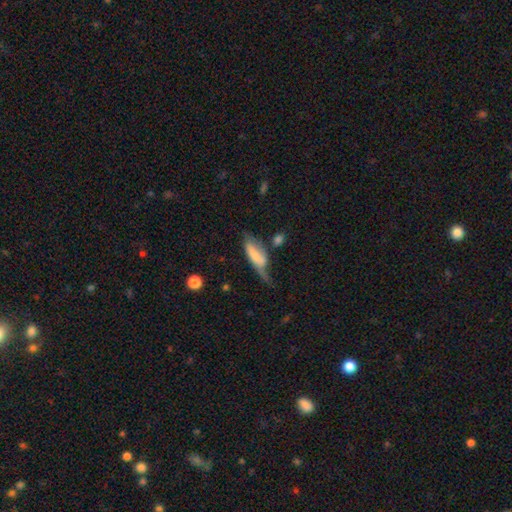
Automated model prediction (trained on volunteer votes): Morphology: type=smooth (51%); roundness=in between (72%); merging=major disturbance (34%).